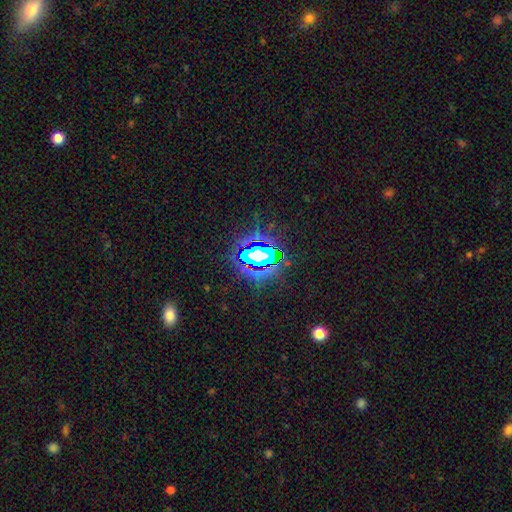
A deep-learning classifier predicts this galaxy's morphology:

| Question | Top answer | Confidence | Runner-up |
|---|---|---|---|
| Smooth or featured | star or artifact | 75% | smooth (13%) |